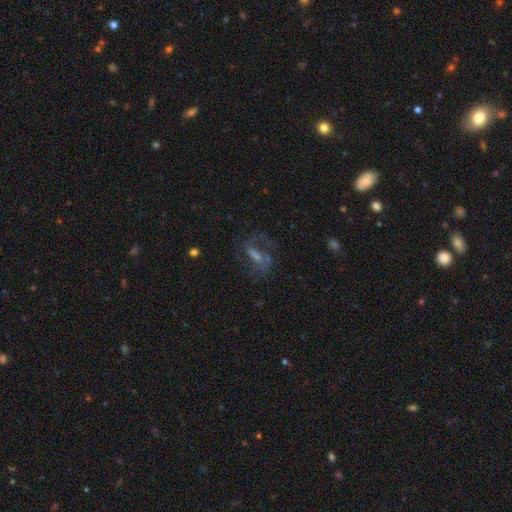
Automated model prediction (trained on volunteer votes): A featured or disk galaxy (72%) with a weak bar (43%), 2 (80%) medium (52%) spiral arms (88%) and a moderate central bulge (32%). Merging: none (64%).